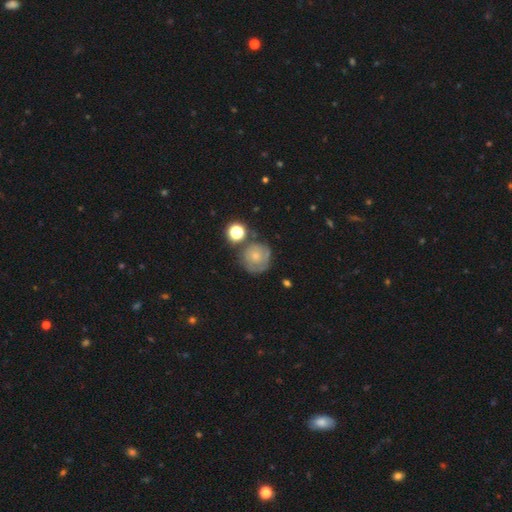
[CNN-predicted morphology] The model was most divided on "smooth or featured": smooth: 46%, featured or disk: 43%, star or artifact: 10%. More confident: merging — none (60%).